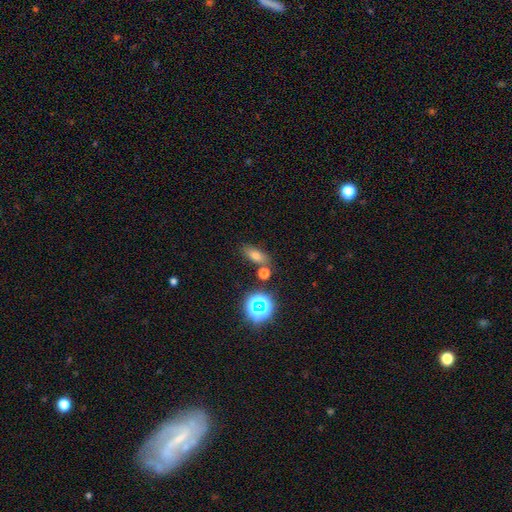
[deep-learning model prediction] The model was most divided on "smooth or featured": smooth: 63%, star or artifact: 23%, featured or disk: 13%. More confident: merging — none (77%); how rounded — in between (70%).